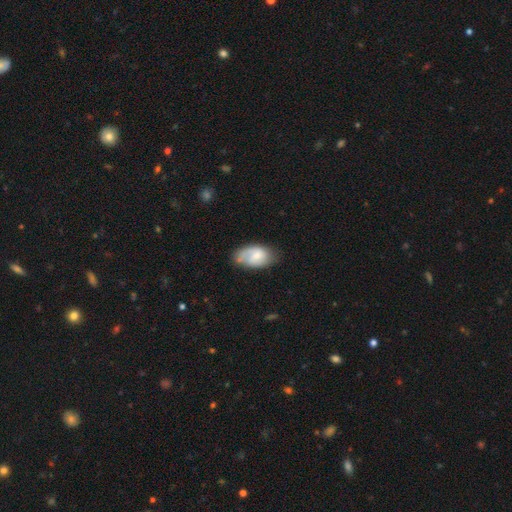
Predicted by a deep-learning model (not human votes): The model was most divided on "smooth or featured": featured or disk: 51%, smooth: 43%, star or artifact: 6%. More confident: edge-on disk — no (96%); merging — none (61%).